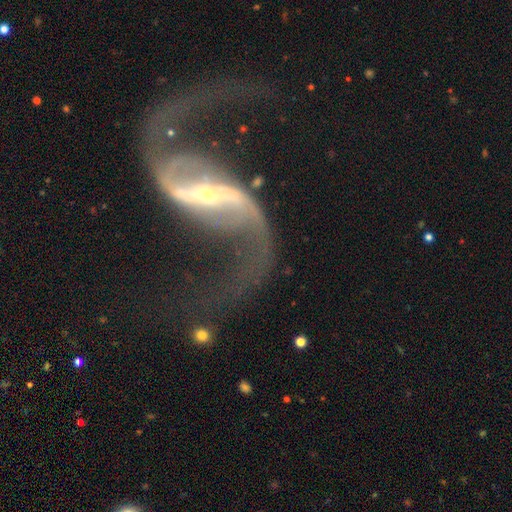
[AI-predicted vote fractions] smooth_or_featured: featured or disk (p=0.93) [alt: star or artifact p=0.04]
disk_edge_on: no (p=0.97) [alt: yes p=0.03]
bar: strong (p=0.64) [alt: weak p=0.28]
has_spiral_arms: yes (p=0.98) [alt: no p=0.02]
spiral_winding: loose (p=0.81) [alt: medium p=0.14]
spiral_arm_count: 2 (p=0.95) [alt: 1 p=0.01]
bulge_size: small (p=0.69) [alt: moderate p=0.23]
merging: none (p=0.70) [alt: major disturbance p=0.14]